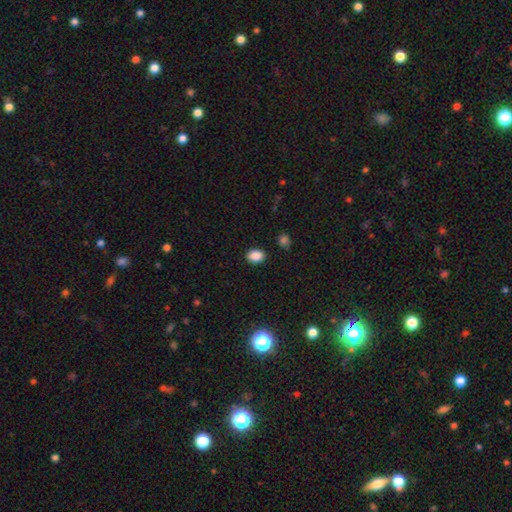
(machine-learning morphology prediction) Smooth or featured?
  - smooth: 88% *
  - star or artifact: 9%
  - featured or disk: 3%
How rounded?
  - in between: 66% *
  - round: 33%
  - cigar-shaped: 1%
Merging?
  - none: 89% *
  - minor disturbance: 7%
  - major disturbance: 2%
  - merger: 2%